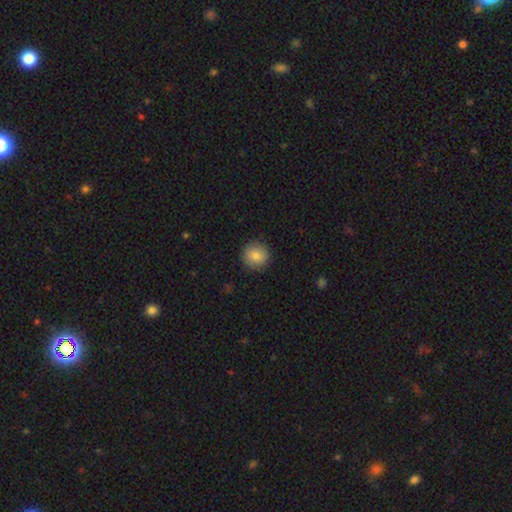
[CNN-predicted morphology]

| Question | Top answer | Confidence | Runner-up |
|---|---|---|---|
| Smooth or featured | smooth | 84% | star or artifact (9%) |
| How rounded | round | 94% | in between (5%) |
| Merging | none | 90% | minor disturbance (7%) |